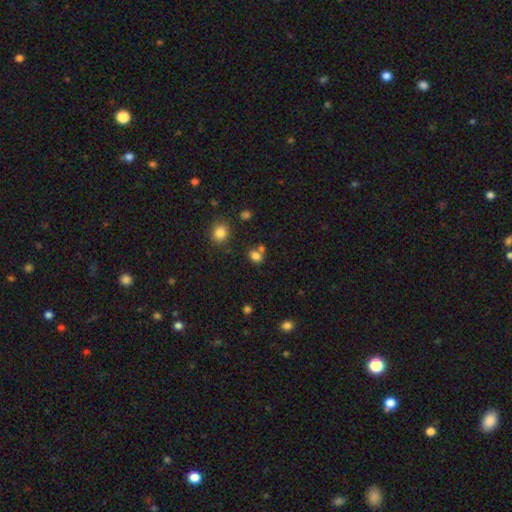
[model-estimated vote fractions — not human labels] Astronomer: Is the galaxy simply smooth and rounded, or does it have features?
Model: smooth — 79%.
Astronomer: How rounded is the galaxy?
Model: in between — 51% (runner-up: round, 47%).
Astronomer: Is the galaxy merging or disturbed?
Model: none — 53% (runner-up: merger, 31%).